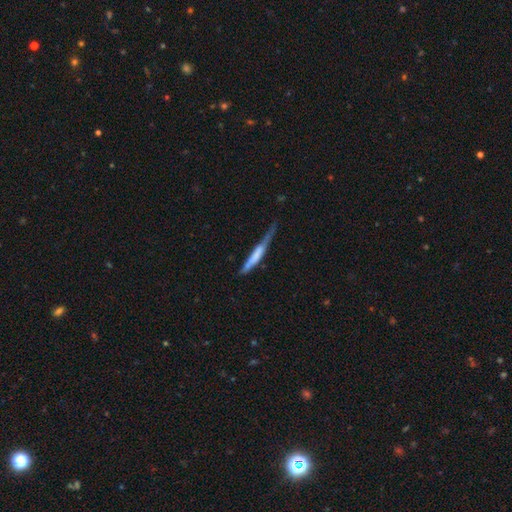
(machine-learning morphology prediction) The model was most divided on "merging": none: 43%, minor disturbance: 34%, major disturbance: 18%, merger: 5%. More confident: how rounded — cigar-shaped (93%); smooth or featured — smooth (52%).